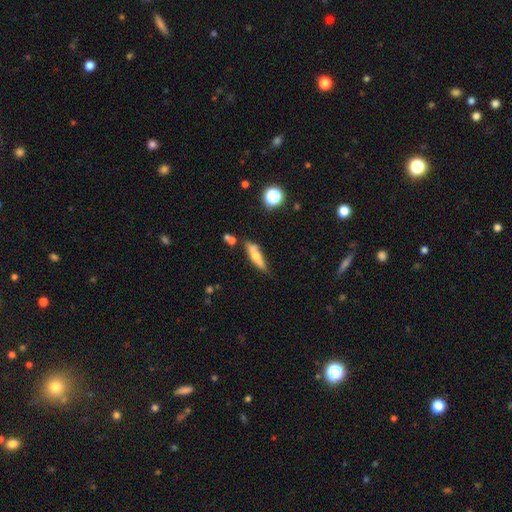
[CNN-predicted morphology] smooth-or-featured: smooth: 56% | featured or disk: 36% | star or artifact: 8%
  how-rounded: cigar-shaped: 72% | in between: 25% | round: 3%
  merging: none: 66% | minor disturbance: 21% | merger: 8% | major disturbance: 5%